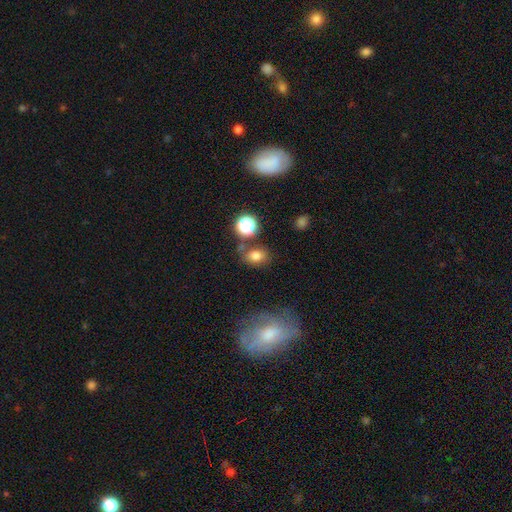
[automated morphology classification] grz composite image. It shows a smooth galaxy with no disk features (75%) that is in between round and cigar-shaped (66%). Merging: none (68%).